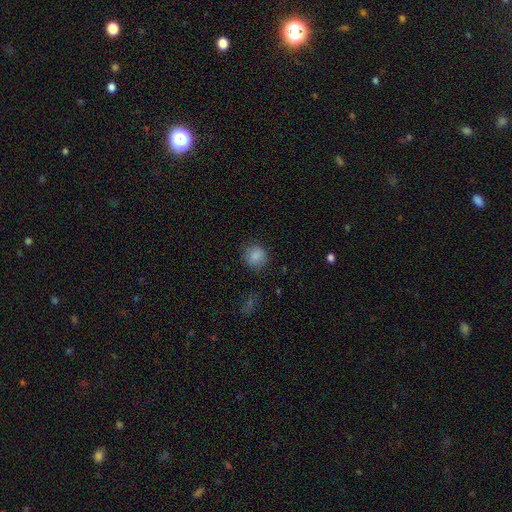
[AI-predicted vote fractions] Overall: smooth (86%). How rounded: round (89%). Merging: none (84%).